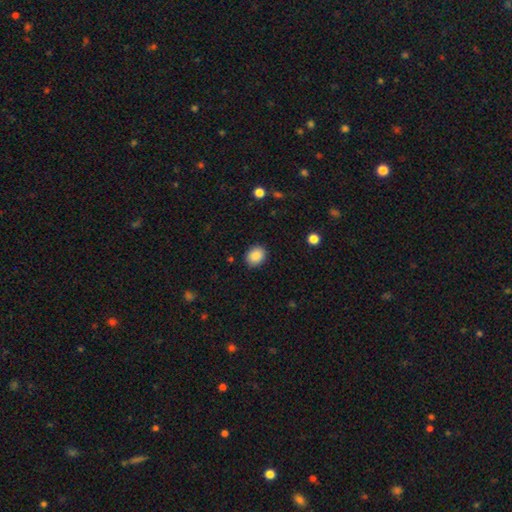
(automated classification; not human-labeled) This appears to be a smooth galaxy with no disk features (88%) that is round (60%). Merging: none (89%).